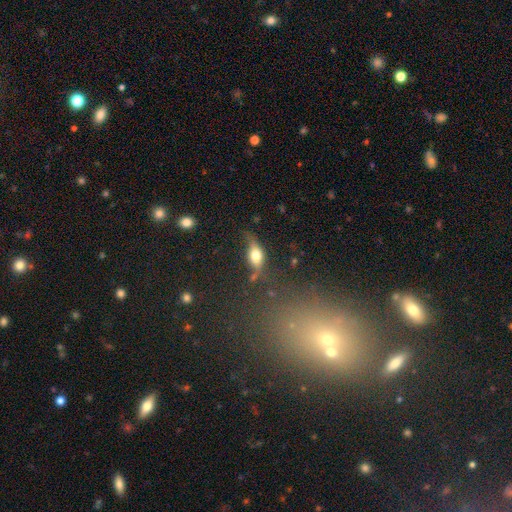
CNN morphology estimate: A smooth galaxy with no disk features (59%) that is in between round and cigar-shaped (75%).

Vote fractions:
- Smooth or featured? smooth: 59% / featured or disk: 32% / star or artifact: 9%
- How rounded? in between: 75% / cigar-shaped: 13% / round: 12%
- Merging? none: 44% / minor disturbance: 31% / major disturbance: 18% / merger: 7%